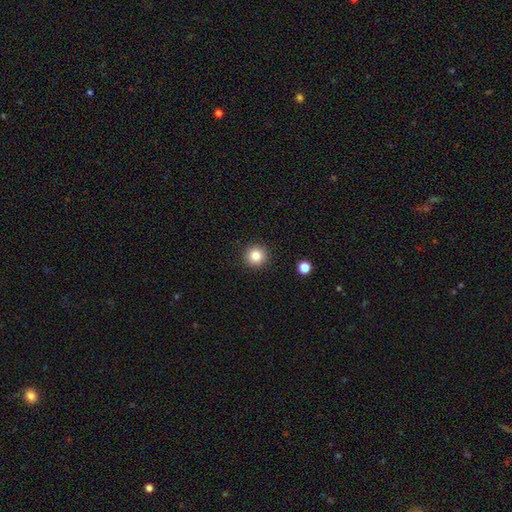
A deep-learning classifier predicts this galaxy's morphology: smooth 83%, star or artifact 11%, featured or disk 6%. Down the decision tree: how rounded — round (95%); merging — none (92%).